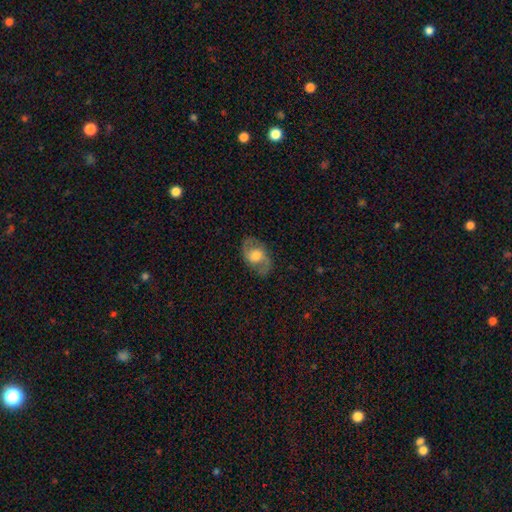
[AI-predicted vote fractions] This is likely a featured or disk galaxy (64%). It is clearly not viewed edge-on (94%). Bar: possibly no (56%). Spiral arm pattern: likely yes (79%). Central bulge: possibly moderate (60%). Merging: likely none (79%).